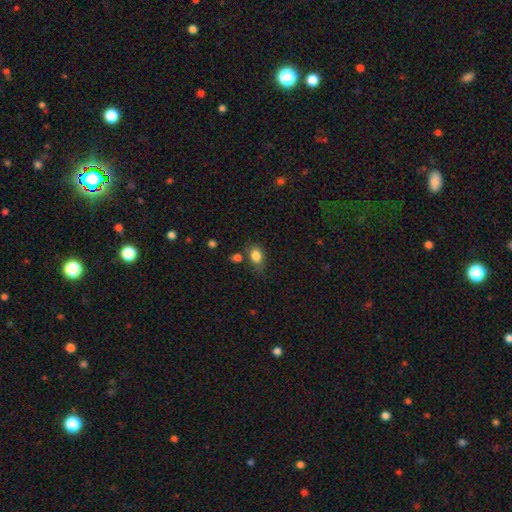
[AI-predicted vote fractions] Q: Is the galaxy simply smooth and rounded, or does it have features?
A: smooth — 84%.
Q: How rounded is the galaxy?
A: in between — 71%.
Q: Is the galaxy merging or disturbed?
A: none — 65%.